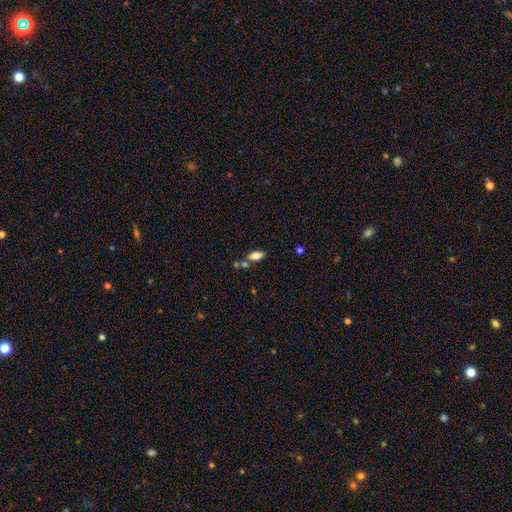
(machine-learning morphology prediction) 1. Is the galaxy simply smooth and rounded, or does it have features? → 77% smooth, 14% featured or disk, 9% star or artifact.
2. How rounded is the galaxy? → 87% in between, 10% cigar-shaped, 3% round.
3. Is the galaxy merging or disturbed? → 61% none, 20% merger, 14% minor disturbance, 4% major disturbance.